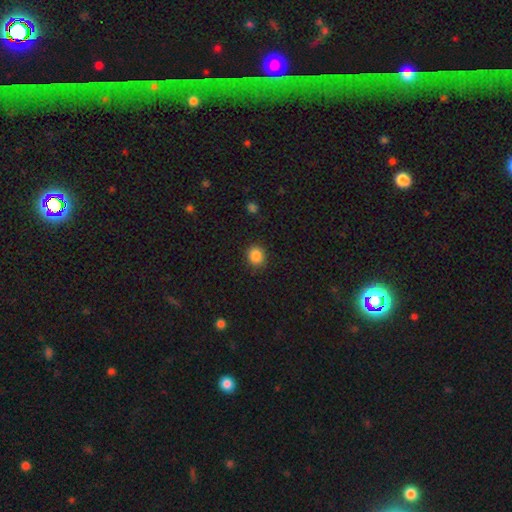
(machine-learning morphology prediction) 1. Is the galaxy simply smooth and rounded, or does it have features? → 87% smooth, 10% star or artifact, 4% featured or disk.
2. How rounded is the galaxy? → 81% round, 18% in between, 1% cigar-shaped.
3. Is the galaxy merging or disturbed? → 88% none, 8% minor disturbance, 3% major disturbance, 1% merger.